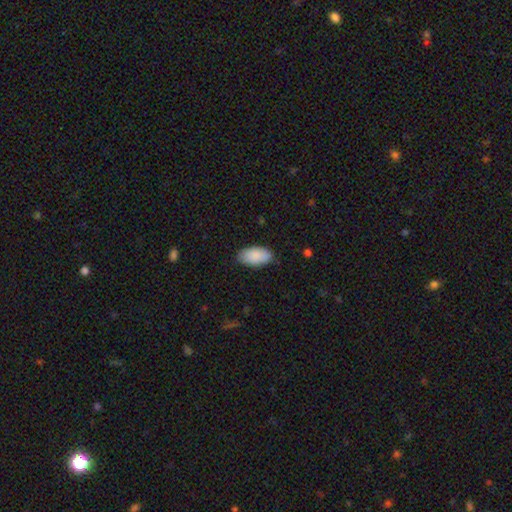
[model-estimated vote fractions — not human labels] This is clearly a smooth galaxy (89%). How rounded: clearly in between (95%). Merging: clearly none (82%).